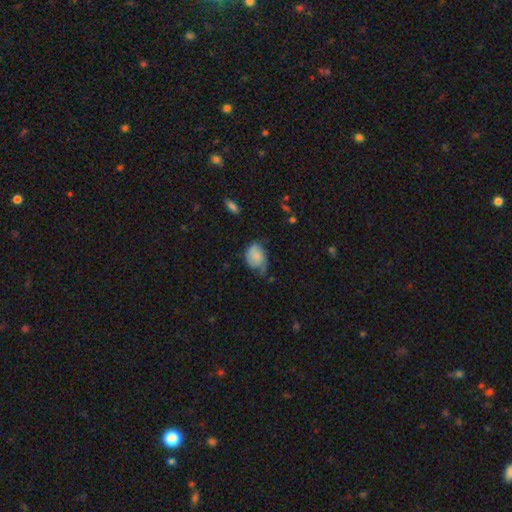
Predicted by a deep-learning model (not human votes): smooth_or_featured: smooth (p=0.73) [alt: featured or disk p=0.19]
how_rounded: in between (p=0.68) [alt: round p=0.31]
merging: minor disturbance (p=0.43) [alt: none p=0.35]